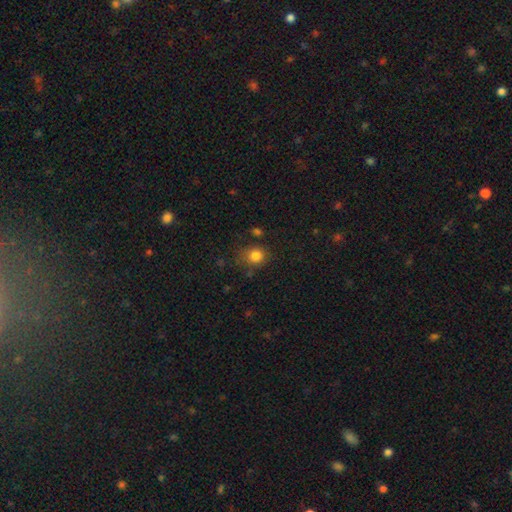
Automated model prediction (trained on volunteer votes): A smooth galaxy with no disk features (82%) that is round (77%).

Vote fractions:
- Smooth or featured? smooth: 82% / star or artifact: 12% / featured or disk: 6%
- How rounded? round: 77% / in between: 22% / cigar-shaped: 1%
- Merging? none: 72% / minor disturbance: 18% / major disturbance: 6% / merger: 4%